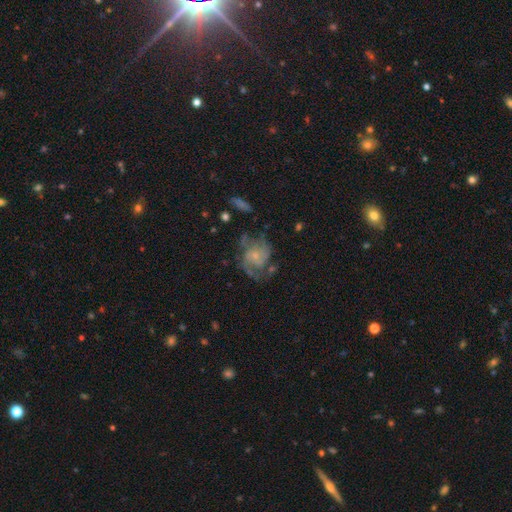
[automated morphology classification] Smooth or featured: featured or disk — 73% (smooth — 19%)
Edge-on disk: no — 98% (yes — 2%)
Bar: no — 74% (weak — 23%)
Spiral arms: yes — 83% (no — 17%)
Spiral winding: medium — 45% (tight — 28%)
Spiral arm count: 2 — 43% (can't tell — 27%)
Bulge size: small — 66% (moderate — 22%)
Merging: none — 44% (major disturbance — 29%)